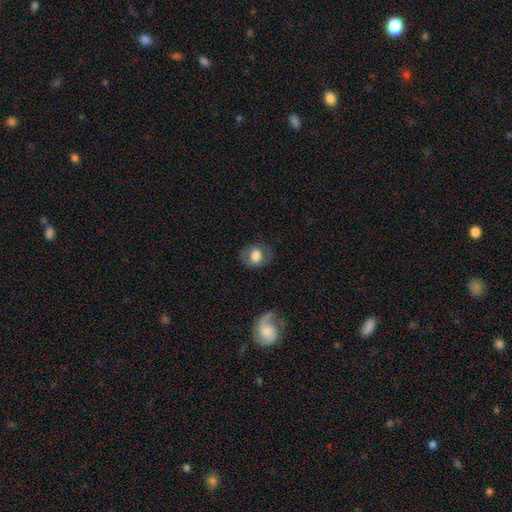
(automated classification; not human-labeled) smooth 63%, featured or disk 29%, star or artifact 8%. Down the decision tree: how rounded — round (52%); merging — none (74%).